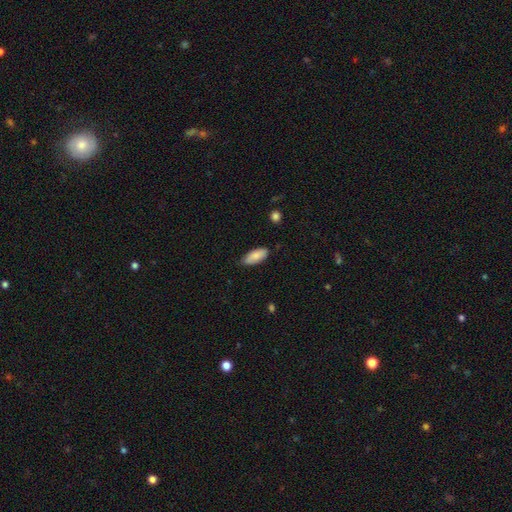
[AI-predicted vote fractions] Smooth or featured? smooth (85%)
How rounded? in between (85%)
Merging? none (79%)